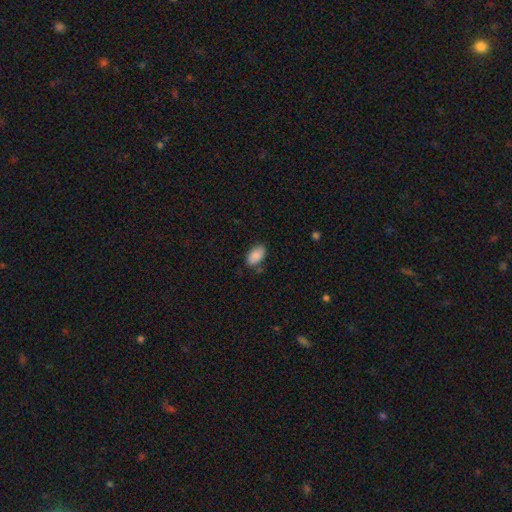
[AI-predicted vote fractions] Q: Smooth or featured?
A: smooth (87%); runner-up: star or artifact (7%)
Q: How rounded?
A: in between (93%); runner-up: round (5%)
Q: Merging?
A: none (75%); runner-up: minor disturbance (18%)